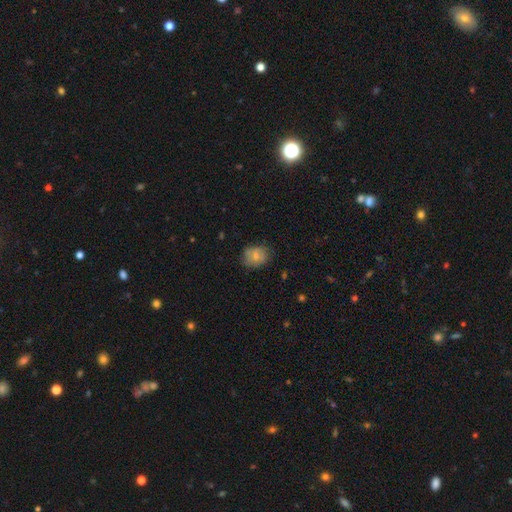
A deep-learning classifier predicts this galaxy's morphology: smooth_or_featured: smooth (p=0.69) [alt: featured or disk p=0.22]
how_rounded: in between (p=0.55) [alt: round p=0.44]
merging: none (p=0.70) [alt: minor disturbance p=0.22]